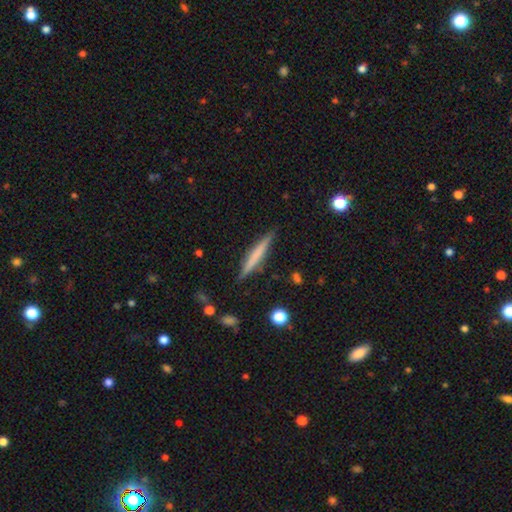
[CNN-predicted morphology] smooth_or_featured: smooth (p=0.56) [alt: featured or disk p=0.38]
how_rounded: cigar-shaped (p=0.95) [alt: in between p=0.04]
merging: none (p=0.88) [alt: minor disturbance p=0.09]